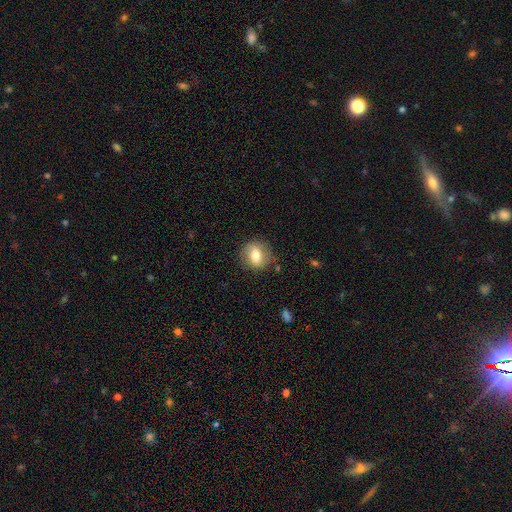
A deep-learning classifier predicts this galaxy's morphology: Overall: smooth (66%; featured or disk 26%). How rounded: round (62%; in between 36%). Merging: none (79%).